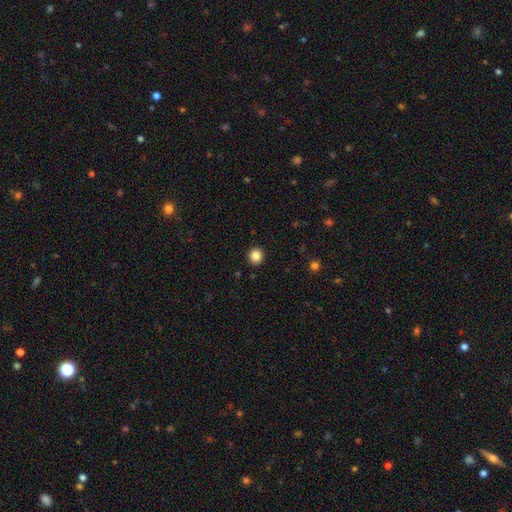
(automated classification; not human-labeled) The model was most divided on "smooth or featured": smooth: 85%, star or artifact: 11%, featured or disk: 4%. More confident: merging — none (93%); how rounded — round (91%).